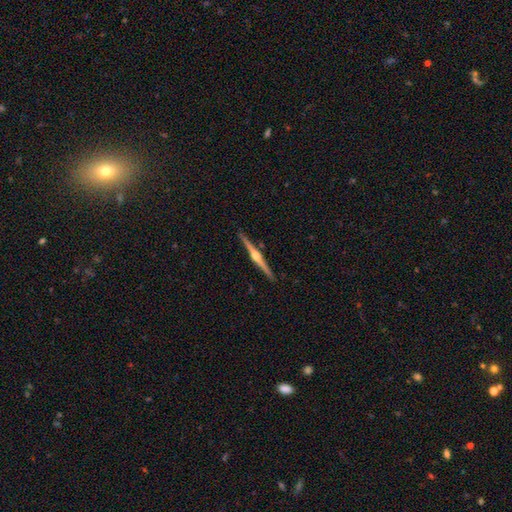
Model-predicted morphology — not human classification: smooth-or-featured: featured or disk: 86% | smooth: 9% | star or artifact: 5%
  disk-edge-on: yes: 99% | no: 1%
    edge-on-bulge: rounded: 94% | boxy: 4% | none: 3%
  merging: none: 92% | minor disturbance: 6% | merger: 1% | major disturbance: 1%